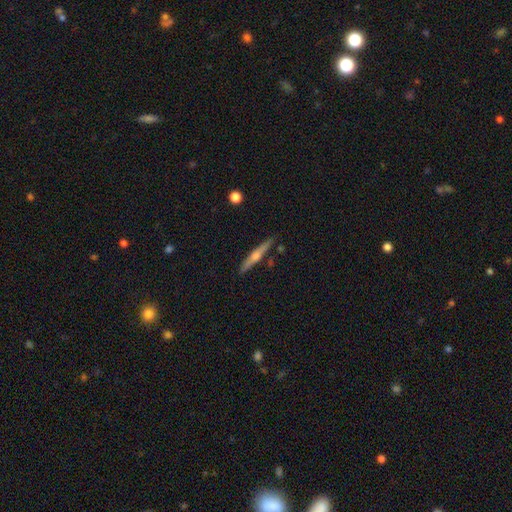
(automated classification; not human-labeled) This appears to be a featured or disk galaxy (68%) viewed edge-on (97%) with a rounded central bulge (85%). Merging: none (88%).